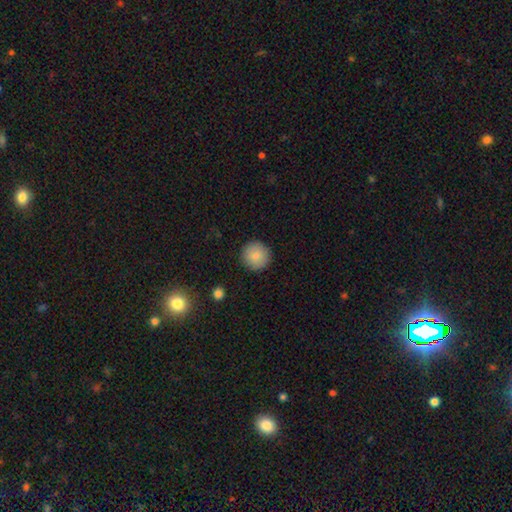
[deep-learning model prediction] A smooth galaxy with no disk features (86%) that is round (95%).

Vote fractions:
- Smooth or featured? smooth: 86% / star or artifact: 8% / featured or disk: 6%
- How rounded? round: 95% / in between: 4% / cigar-shaped: 1%
- Merging? none: 91% / minor disturbance: 6% / major disturbance: 2% / merger: 1%